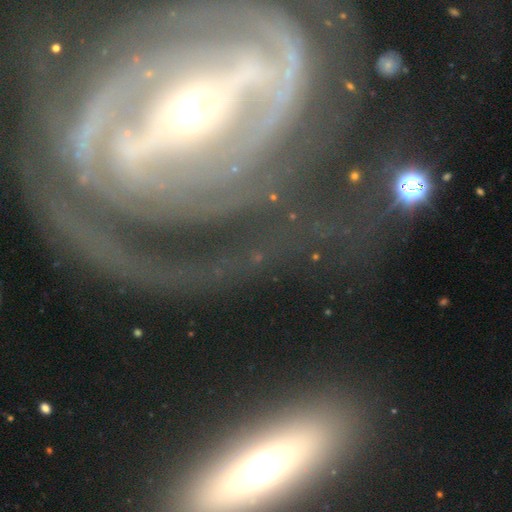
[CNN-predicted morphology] A featured or disk galaxy (79%) with a strong bar (56%), 2 (55%) tight (48%) spiral arms (84%) and a small central bulge (52%). Merging: none (59%).